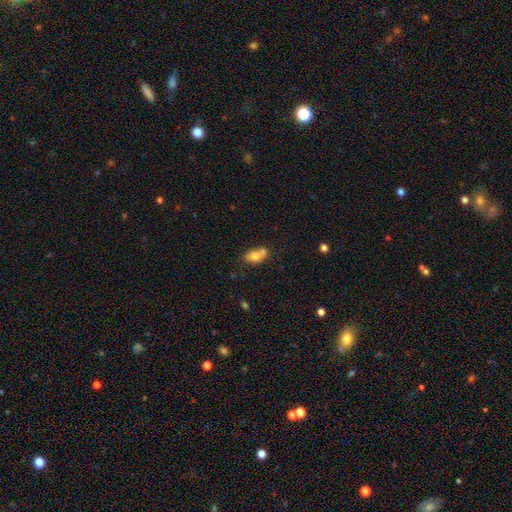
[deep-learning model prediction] This appears to be a smooth galaxy with no disk features (76%) that is in between round and cigar-shaped (82%). Merging: none (41%).